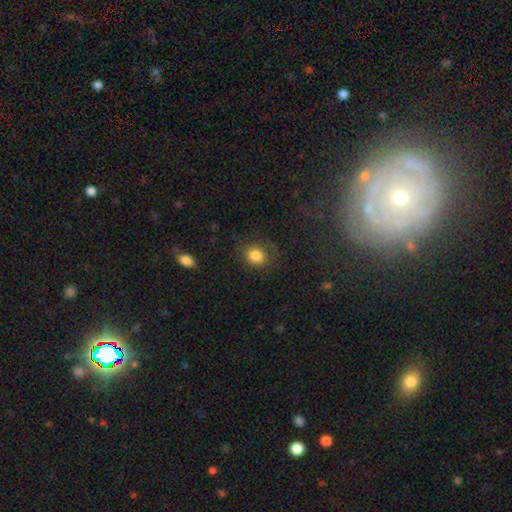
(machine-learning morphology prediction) type=smooth (83%); roundness=round (62%); merging=none (74%).